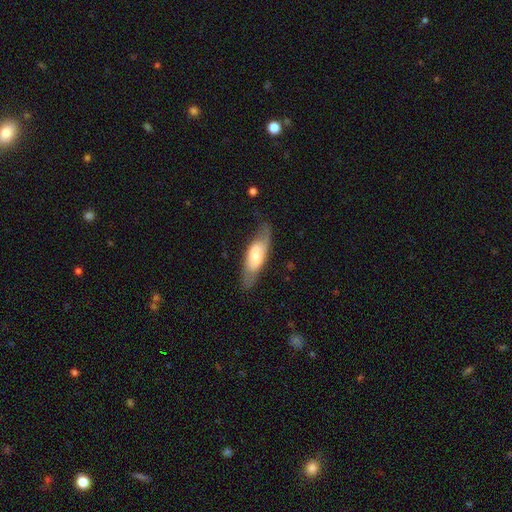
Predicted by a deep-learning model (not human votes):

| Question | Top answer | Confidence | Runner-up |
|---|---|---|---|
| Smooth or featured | smooth | 49% | featured or disk (44%) |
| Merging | none | 69% | minor disturbance (21%) |